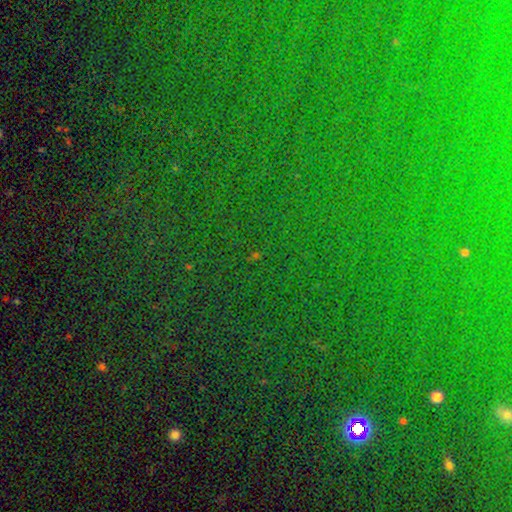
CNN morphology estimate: Smooth or featured? star or artifact (80%)